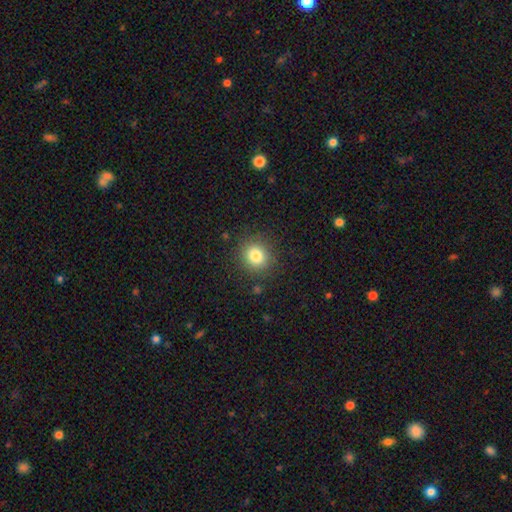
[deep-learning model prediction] The model was most divided on "how rounded": round: 81%, in between: 18%, cigar-shaped: 1%. More confident: merging — none (87%); smooth or featured — smooth (81%).